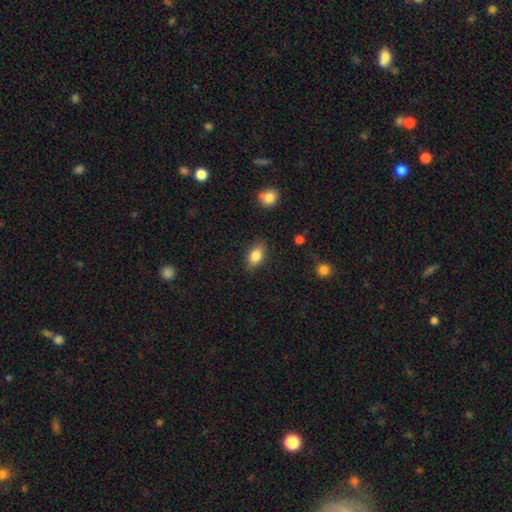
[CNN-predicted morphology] This appears to be a smooth galaxy with no disk features (84%) that is in between round and cigar-shaped (87%). Merging: none (83%).